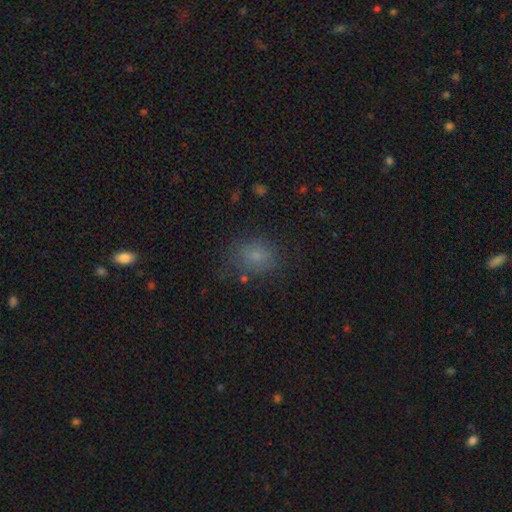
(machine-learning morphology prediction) This is likely a smooth galaxy (75%). How rounded: possibly round (56%). Merging: likely none (70%).